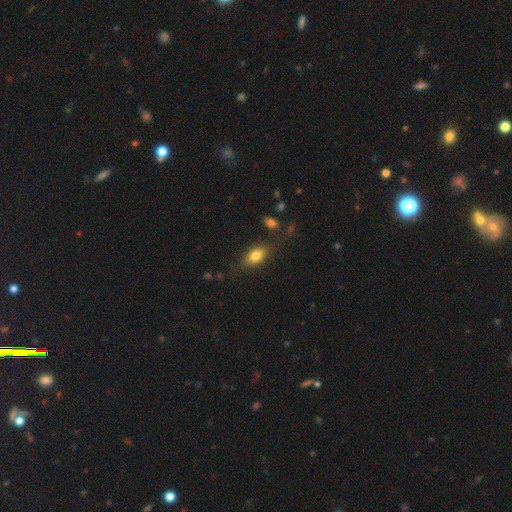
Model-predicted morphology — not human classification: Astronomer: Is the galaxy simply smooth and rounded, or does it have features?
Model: smooth — 80%.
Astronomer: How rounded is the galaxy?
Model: in between — 84%.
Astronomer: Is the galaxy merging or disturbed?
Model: none — 78%.